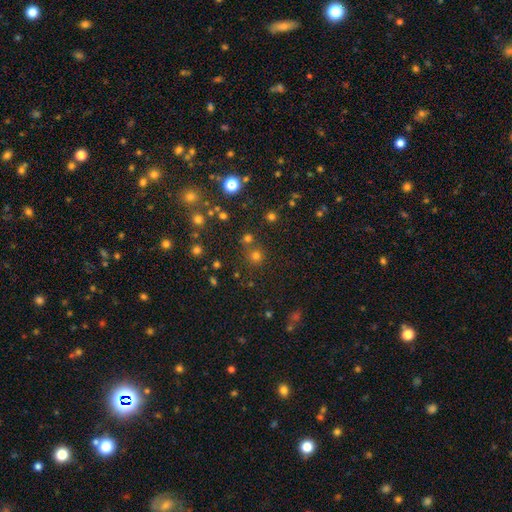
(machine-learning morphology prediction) A smooth galaxy with no disk features (62%) that is round (93%). Merging: none (77%).